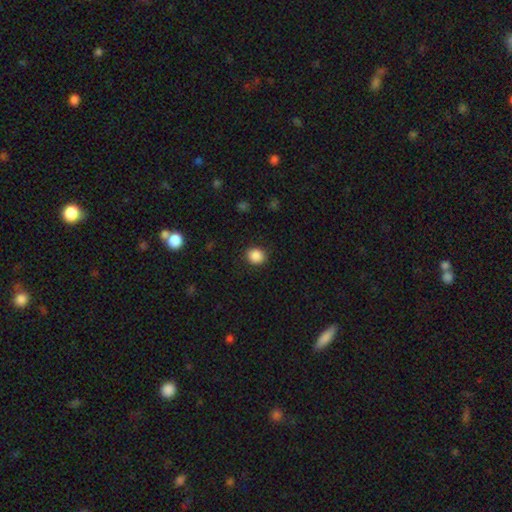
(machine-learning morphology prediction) This appears to be a smooth galaxy with no disk features (88%) that is round (74%). Merging: none (89%).